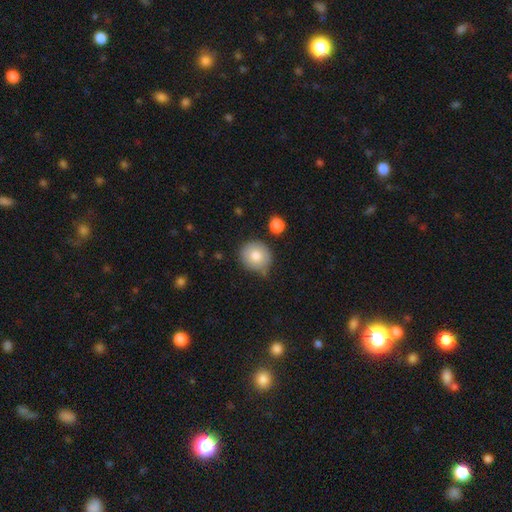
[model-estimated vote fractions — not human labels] Smooth or featured?
  - smooth: 79% *
  - featured or disk: 12%
  - star or artifact: 9%
How rounded?
  - round: 88% *
  - in between: 11%
  - cigar-shaped: 1%
Merging?
  - none: 66% *
  - minor disturbance: 23%
  - merger: 6%
  - major disturbance: 5%